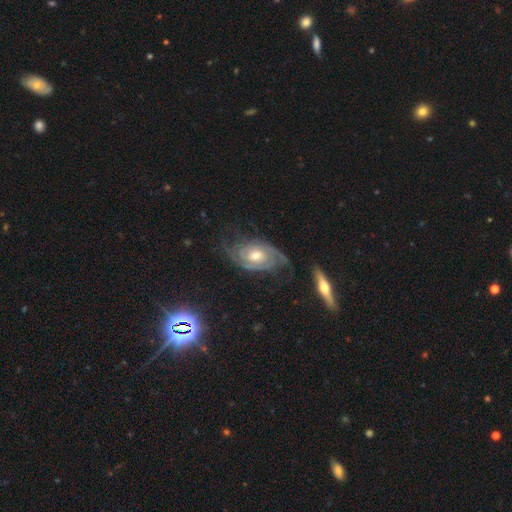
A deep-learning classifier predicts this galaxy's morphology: type=featured or disk (86%); edge-on=no (95%); bar=no (65%); spiral arms=yes (96%); winding=tight (63%); arm count=2 (59%); bulge=moderate (66%); merging=none (66%).